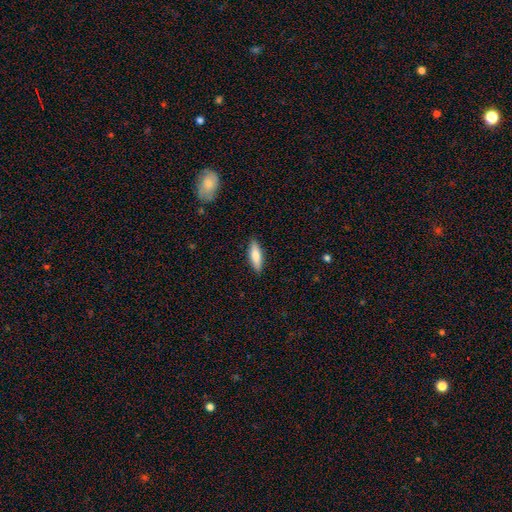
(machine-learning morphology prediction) smooth 73%, featured or disk 21%, star or artifact 6%. Down the decision tree: how rounded — cigar-shaped (53%); merging — none (89%).